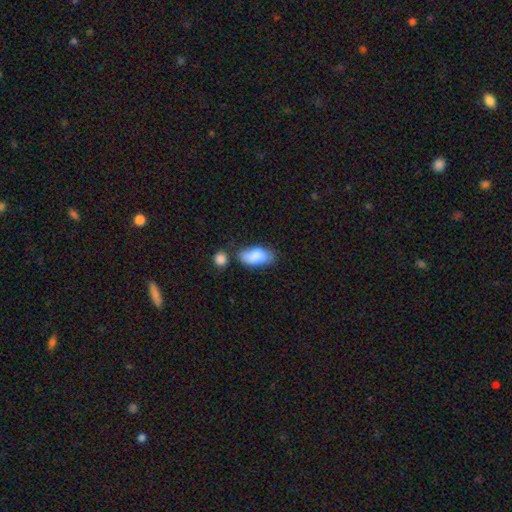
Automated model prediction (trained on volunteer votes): A smooth galaxy with no disk features (82%) that is in between round and cigar-shaped (92%). Merging: none (47%).